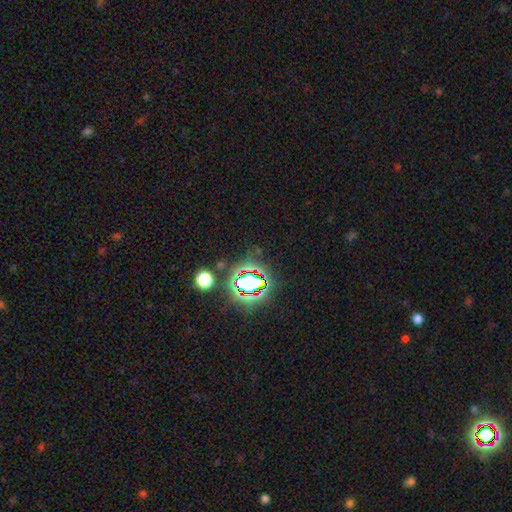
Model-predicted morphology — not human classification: Smooth or featured?
  - star or artifact: 78% *
  - smooth: 14%
  - featured or disk: 9%